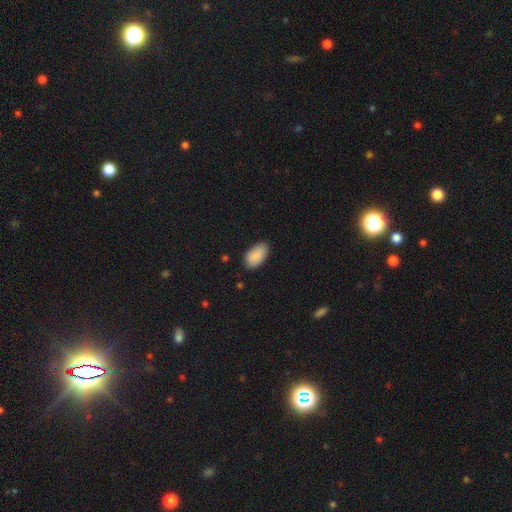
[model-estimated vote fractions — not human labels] This appears to be a smooth galaxy with no disk features (90%) that is in between round and cigar-shaped (95%). Merging: none (81%).